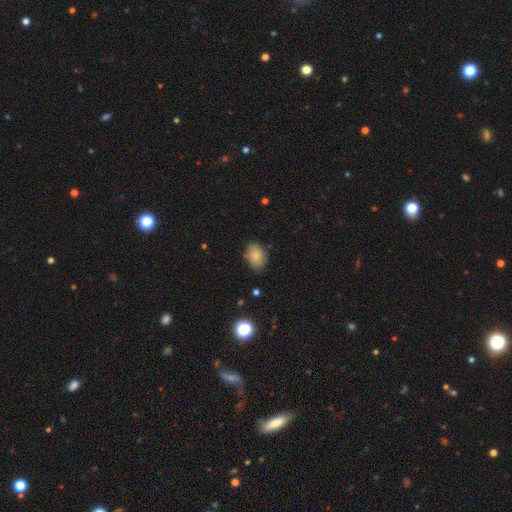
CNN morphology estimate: A smooth galaxy with no disk features (81%) that is in between round and cigar-shaped (75%). Merging: none (78%).